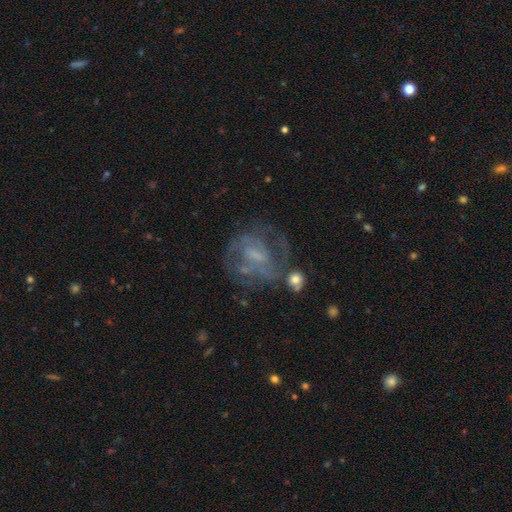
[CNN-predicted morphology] Smooth or featured? featured or disk (67%)
Edge-on disk? no (97%)
Bar? no (44%)
Spiral arms? yes (59%)
Bulge size? none (39%)
Merging? none (47%)